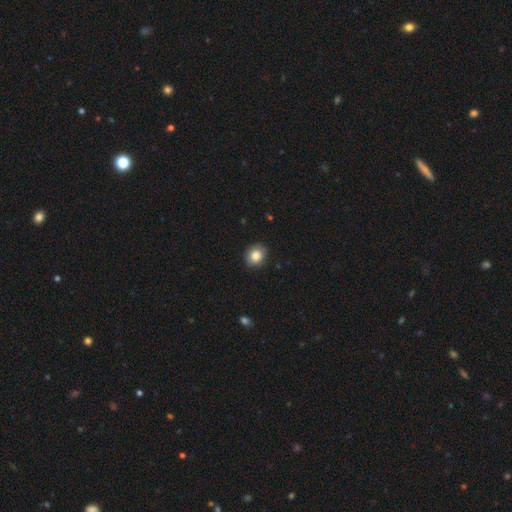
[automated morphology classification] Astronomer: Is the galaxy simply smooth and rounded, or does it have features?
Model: smooth — 83%.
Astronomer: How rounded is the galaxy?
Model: round — 60% (runner-up: in between, 39%).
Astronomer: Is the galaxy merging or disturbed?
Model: none — 88%.